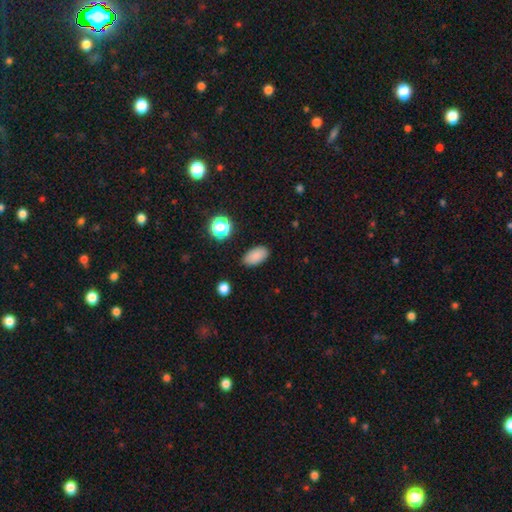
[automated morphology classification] The model was most divided on "smooth or featured": smooth: 85%, star or artifact: 10%, featured or disk: 5%. More confident: how rounded — in between (92%); merging — none (86%).